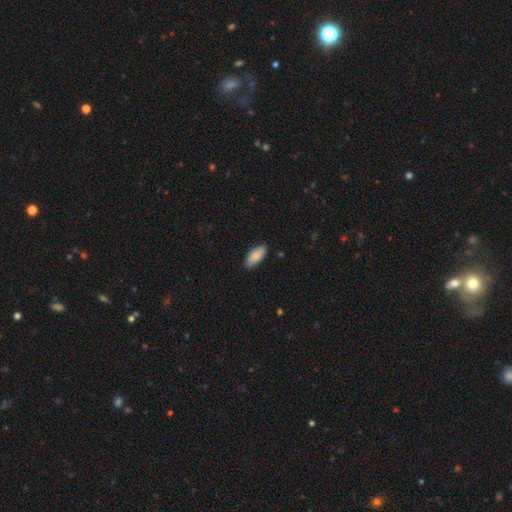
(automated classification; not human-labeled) A smooth galaxy with no disk features (87%) that is in between round and cigar-shaped (87%). Merging: none (85%).